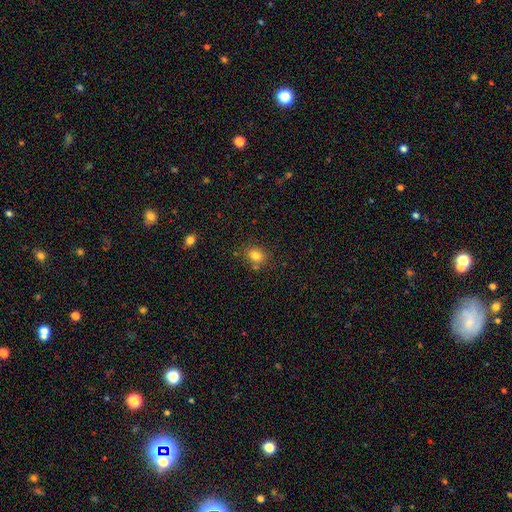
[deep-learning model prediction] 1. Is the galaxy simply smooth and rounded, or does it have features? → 80% smooth, 12% star or artifact, 7% featured or disk.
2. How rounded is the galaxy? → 54% round, 45% in between, 1% cigar-shaped.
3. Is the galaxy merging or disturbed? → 72% none, 14% minor disturbance, 10% merger, 4% major disturbance.